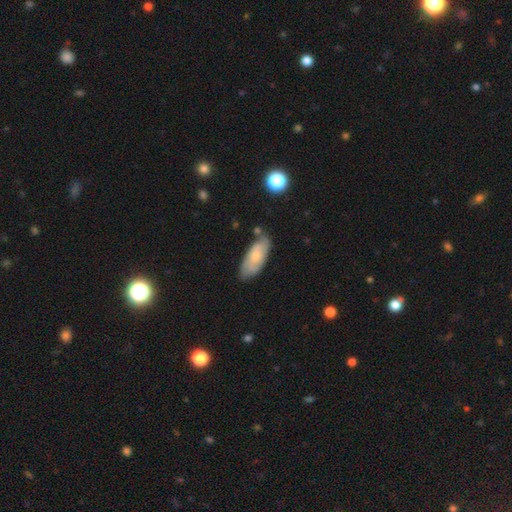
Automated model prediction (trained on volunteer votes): smooth-or-featured: smooth: 57% | featured or disk: 36% | star or artifact: 6%
  how-rounded: in between: 81% | cigar-shaped: 17% | round: 2%
  merging: none: 67% | minor disturbance: 23% | major disturbance: 5% | merger: 4%